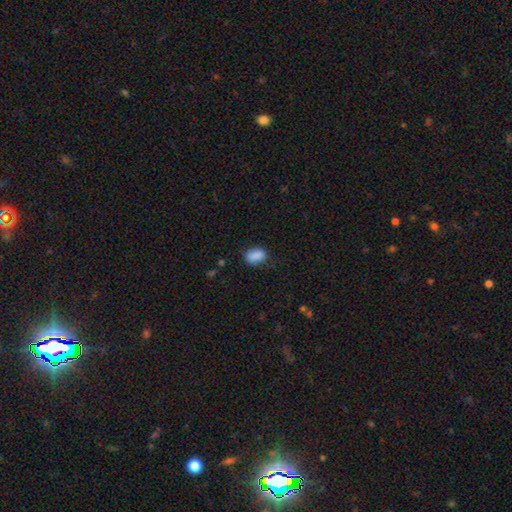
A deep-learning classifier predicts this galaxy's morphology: Smooth or featured: smooth — 88% (star or artifact — 8%)
How rounded: in between — 88% (round — 10%)
Merging: none — 76% (minor disturbance — 18%)